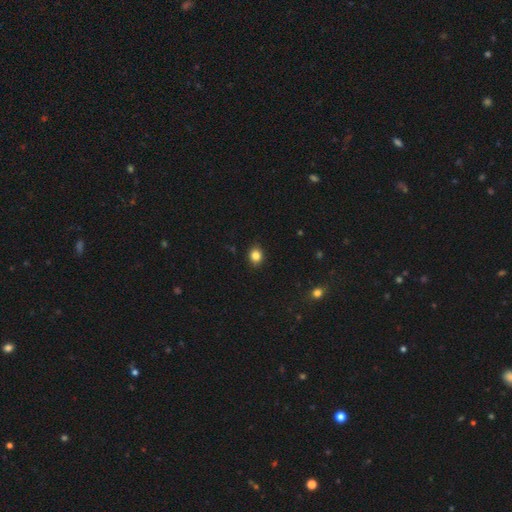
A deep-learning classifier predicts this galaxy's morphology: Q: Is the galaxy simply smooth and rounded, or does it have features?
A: smooth — 84%.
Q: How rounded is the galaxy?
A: round — 64%.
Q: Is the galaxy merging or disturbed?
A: none — 87%.